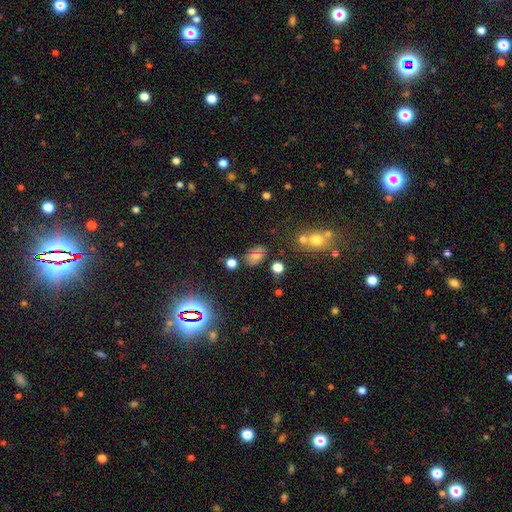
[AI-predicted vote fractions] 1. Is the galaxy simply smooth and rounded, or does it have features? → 68% smooth, 19% star or artifact, 14% featured or disk.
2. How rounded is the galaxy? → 81% in between, 18% round, 2% cigar-shaped.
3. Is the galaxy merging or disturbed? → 69% none, 18% minor disturbance, 6% merger, 6% major disturbance.